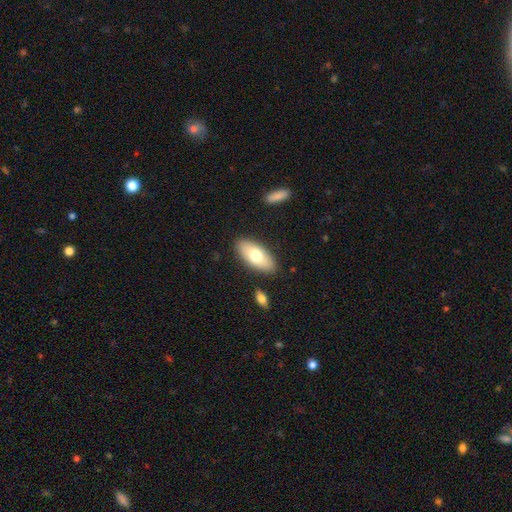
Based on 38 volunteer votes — smooth 76%, featured or disk 21%, star or artifact 3%. Down the decision tree: how rounded — in between (93%); merging — none (92%).